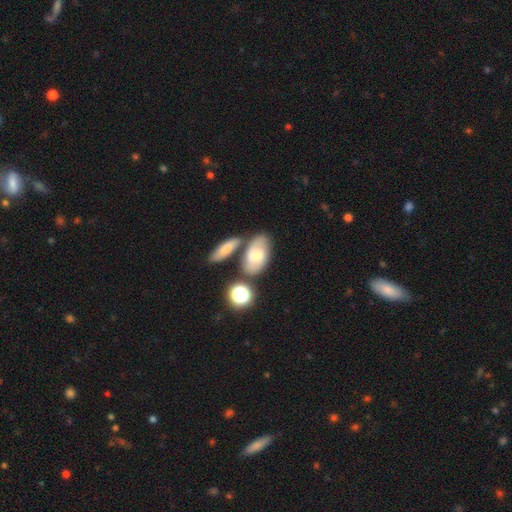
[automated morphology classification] The model was most divided on "smooth or featured": smooth: 55%, featured or disk: 36%, star or artifact: 9%. More confident: how rounded — in between (88%); merging — none (58%).